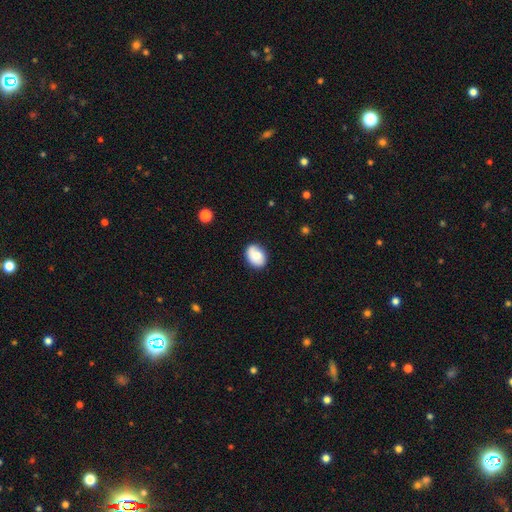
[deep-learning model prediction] Overall: smooth (77%). How rounded: in between (71%). Merging: none (79%).